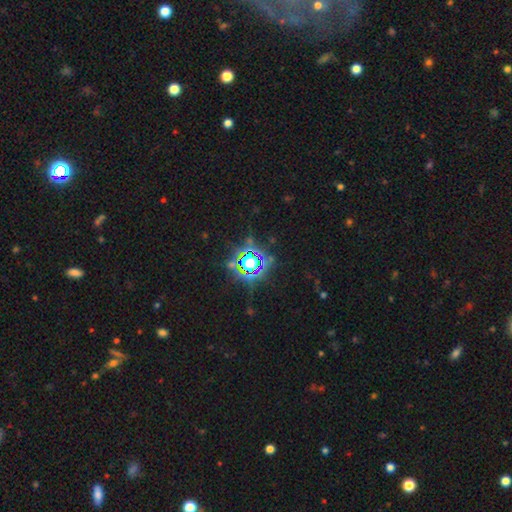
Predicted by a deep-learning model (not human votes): Smooth or featured? Predicted: star or artifact (p=0.78).